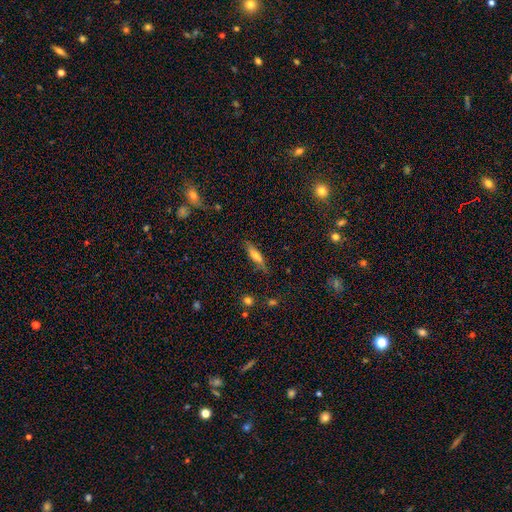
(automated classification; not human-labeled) Smooth or featured: smooth — 60% (featured or disk — 32%)
How rounded: cigar-shaped — 71% (in between — 27%)
Merging: none — 80% (minor disturbance — 15%)